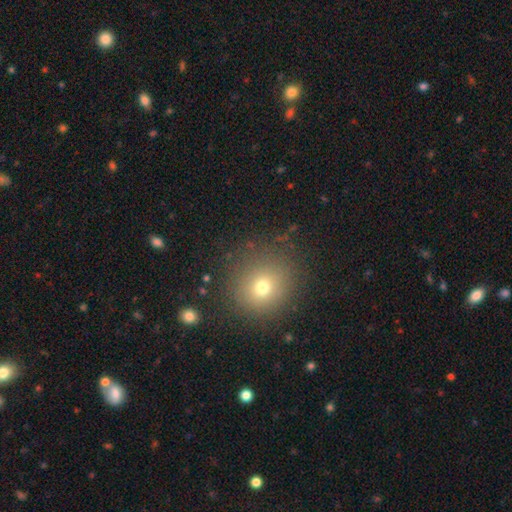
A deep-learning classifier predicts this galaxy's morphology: Smooth or featured: smooth — 66% (star or artifact — 26%)
How rounded: round — 90% (in between — 9%)
Merging: none — 87% (minor disturbance — 8%)